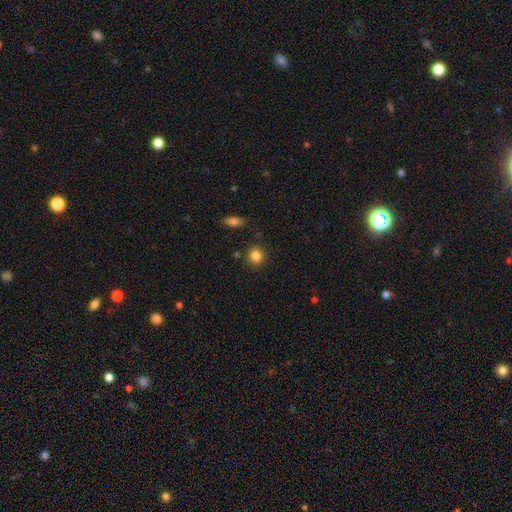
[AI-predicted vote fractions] Smooth or featured? smooth (84%)
How rounded? round (88%)
Merging? none (86%)